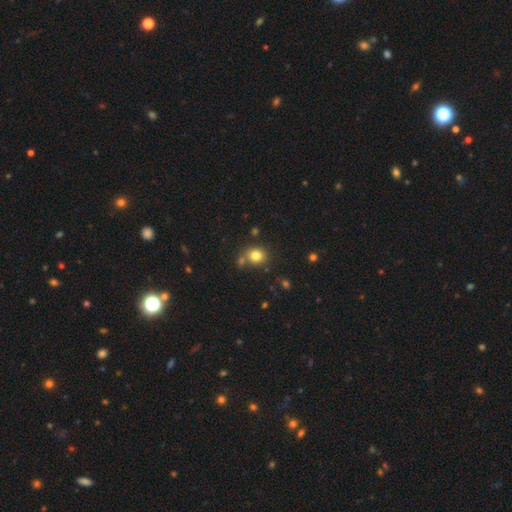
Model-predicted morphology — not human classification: Smooth or featured?
  - smooth: 81% *
  - star or artifact: 12%
  - featured or disk: 7%
How rounded?
  - round: 78% *
  - in between: 21%
  - cigar-shaped: 1%
Merging?
  - none: 70% *
  - merger: 16%
  - minor disturbance: 11%
  - major disturbance: 3%